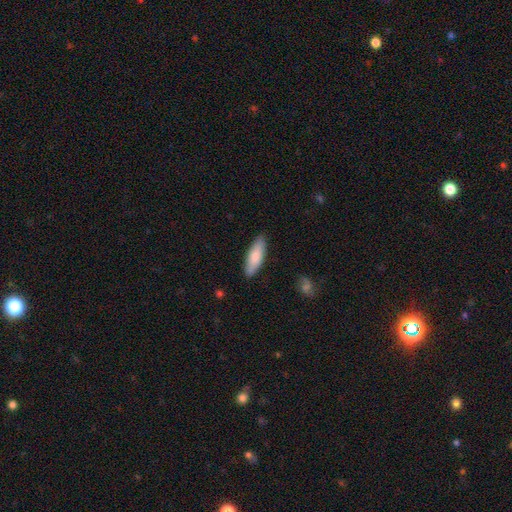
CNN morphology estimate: This appears to be a smooth galaxy with no disk features (80%) that is in between round and cigar-shaped (57%). Merging: none (87%).